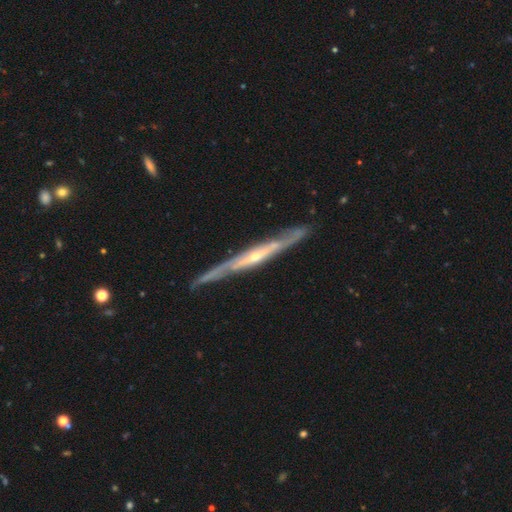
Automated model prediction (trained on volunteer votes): Smooth or featured? Predicted: featured or disk (p=0.83). Edge-on disk? Predicted: yes (p=0.82). Edge-on bulge? Predicted: rounded (p=0.66). Merging? Predicted: none (p=0.79).